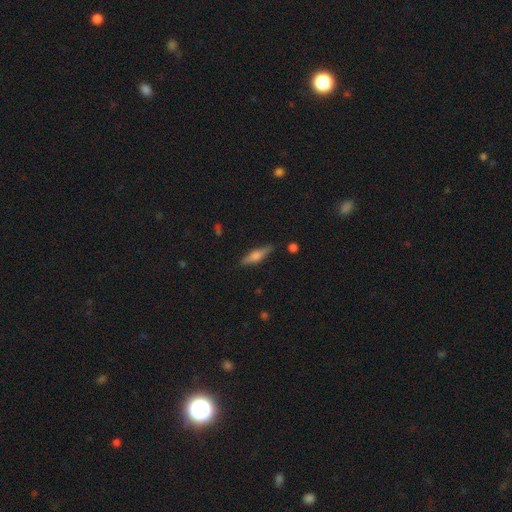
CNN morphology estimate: The model was most divided on "smooth or featured": featured or disk: 51%, smooth: 42%, star or artifact: 7%. More confident: edge-on disk — yes (95%); merging — none (85%).